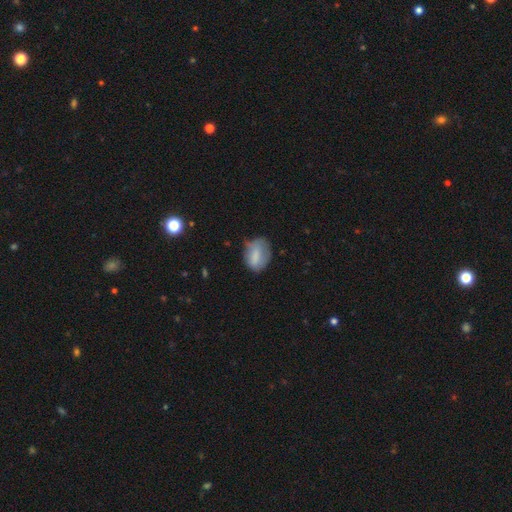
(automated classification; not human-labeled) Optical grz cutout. It shows a smooth galaxy with no disk features (76%) that is in between round and cigar-shaped (74%). Merging: none (52%).